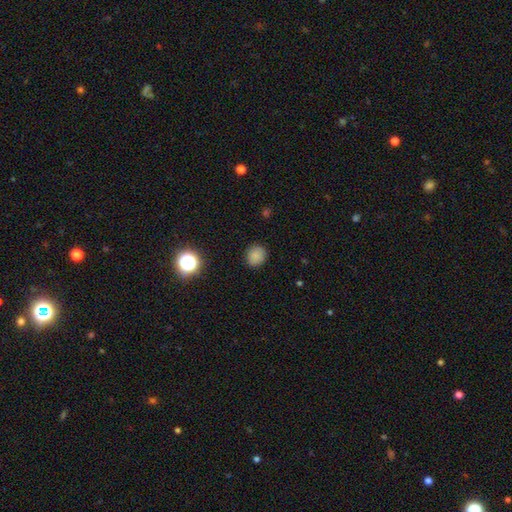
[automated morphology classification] This is clearly a smooth galaxy (82%). How rounded: likely round (79%). Merging: clearly none (88%).